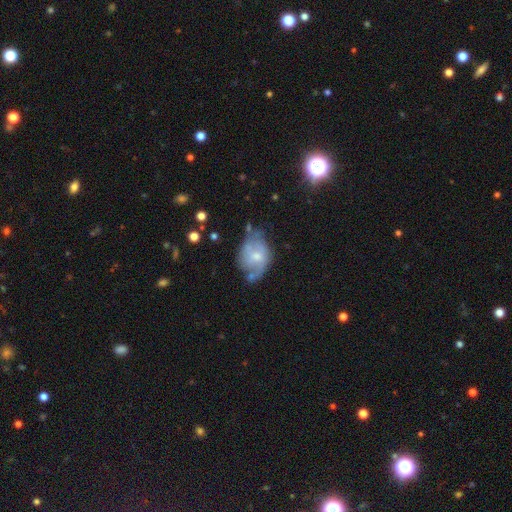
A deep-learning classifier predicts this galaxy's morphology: This appears to be a featured or disk galaxy (56%) with no bar (55%), spiral arms (67%) and a moderate central bulge (44%, tied with small). Merging: none (43%).